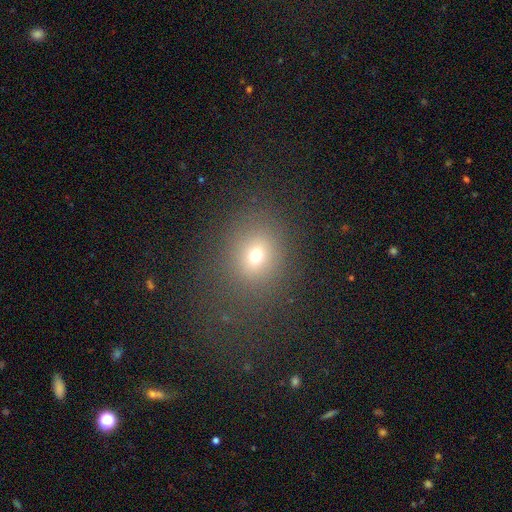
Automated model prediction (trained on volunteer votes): smooth 69%, star or artifact 20%, featured or disk 11%. Down the decision tree: how rounded — round (71%); merging — none (78%).